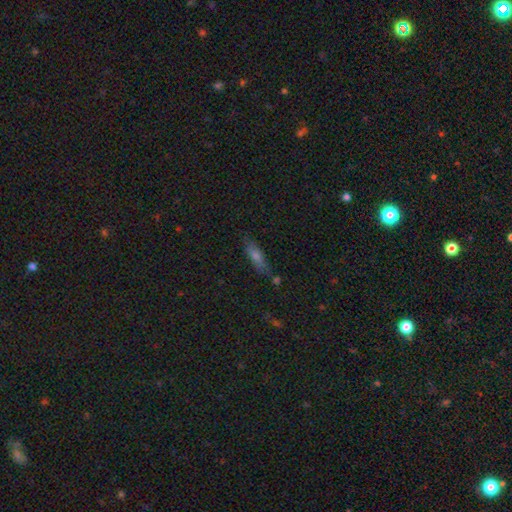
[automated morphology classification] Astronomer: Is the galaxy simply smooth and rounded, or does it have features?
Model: smooth — 59%.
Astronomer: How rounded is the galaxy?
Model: cigar-shaped — 61% (runner-up: in between, 36%).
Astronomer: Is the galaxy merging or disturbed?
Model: none — 75%.